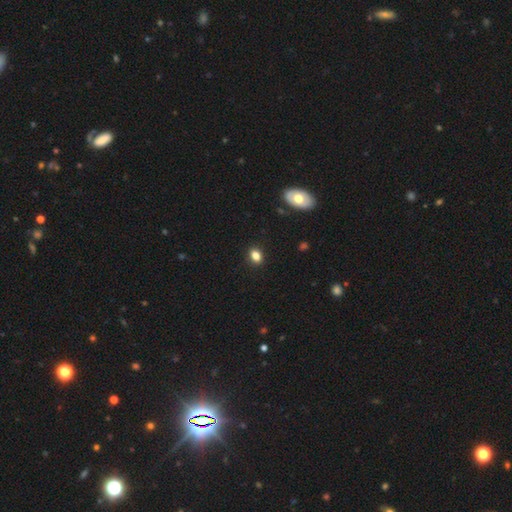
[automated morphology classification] type=smooth (81%); roundness=in between (66%); merging=none (87%).